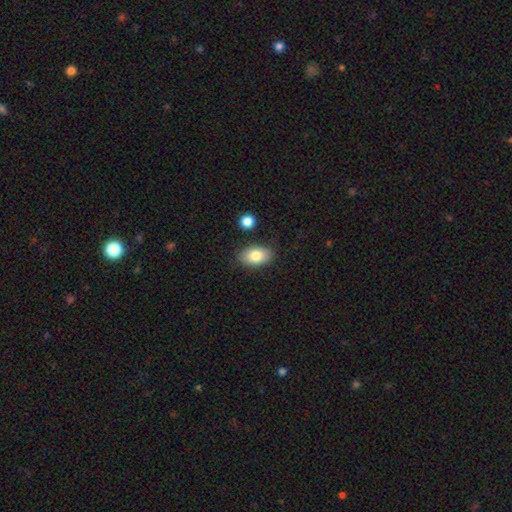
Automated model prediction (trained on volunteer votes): smooth 83%, featured or disk 11%, star or artifact 7%. Down the decision tree: how rounded — in between (91%); merging — none (82%).